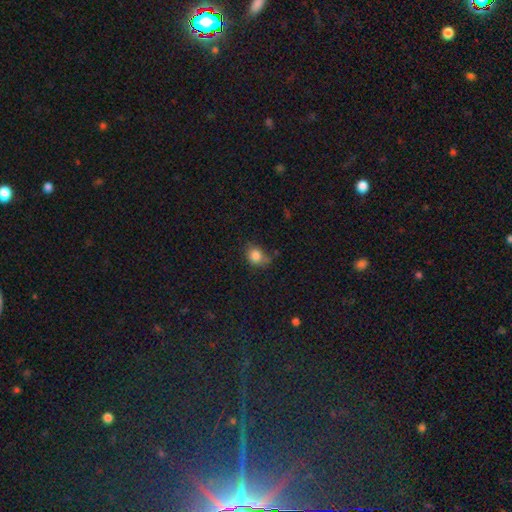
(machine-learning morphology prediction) Smooth or featured? smooth (83%)
How rounded? round (56%)
Merging? none (53%)